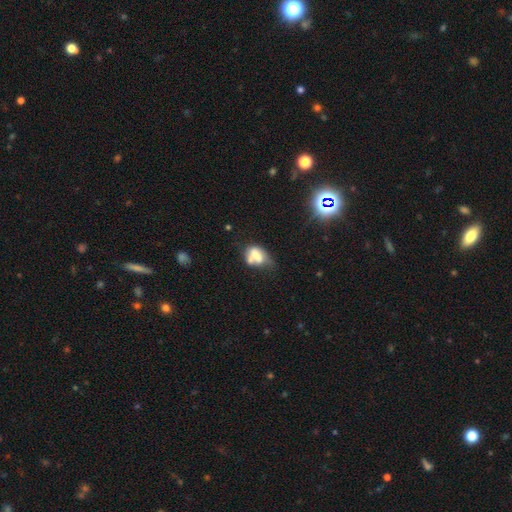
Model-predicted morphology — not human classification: smooth-or-featured: smooth: 57% | featured or disk: 30% | star or artifact: 13%
  how-rounded: in between: 77% | round: 19% | cigar-shaped: 5%
  merging: merger: 28% | none: 27% | minor disturbance: 26% | major disturbance: 19%